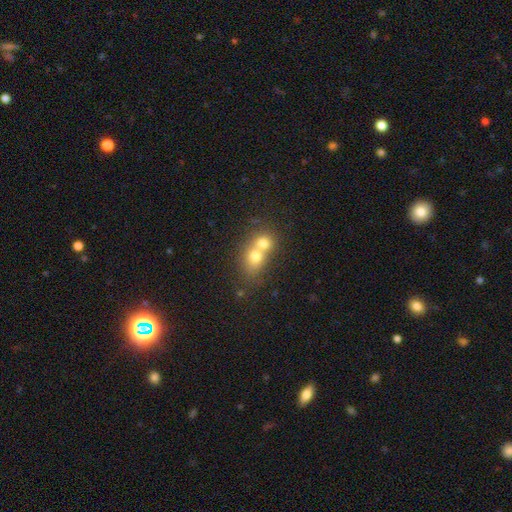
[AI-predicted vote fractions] Overall: smooth (66%). How rounded: round (62%; in between 36%). Merging: merger (71%).